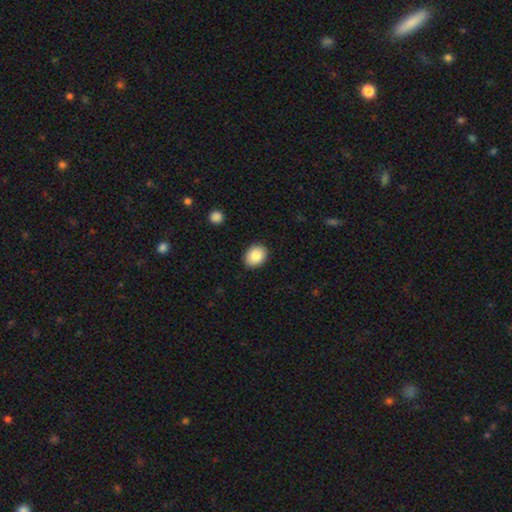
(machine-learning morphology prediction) The model was most divided on "how rounded": in between: 60%, round: 39%, cigar-shaped: 1%. More confident: merging — none (88%); smooth or featured — smooth (87%).